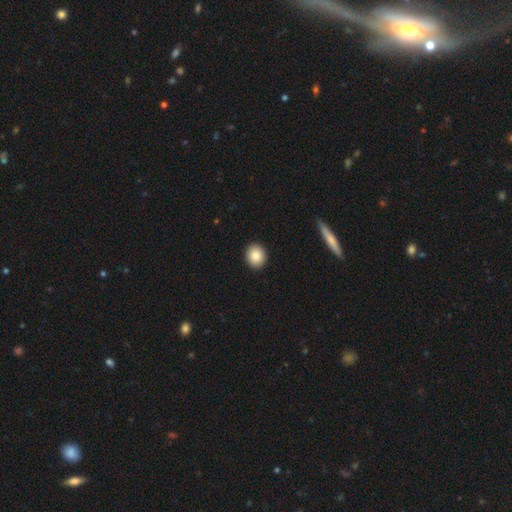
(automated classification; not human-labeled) Smooth or featured? Predicted: smooth (p=0.86). How rounded? Predicted: round (p=0.73). Merging? Predicted: none (p=0.92).